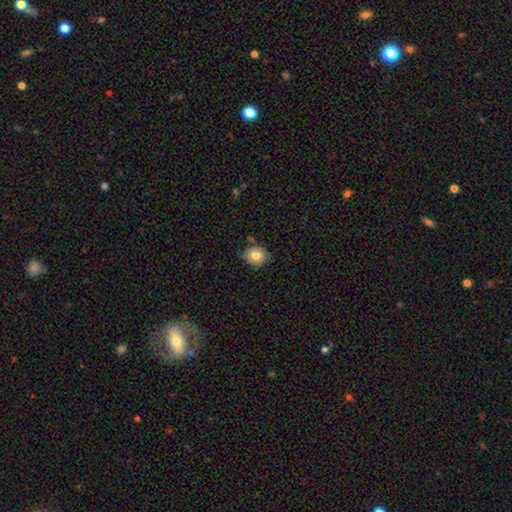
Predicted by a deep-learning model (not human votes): Q: Smooth or featured?
A: smooth (79%); runner-up: featured or disk (11%)
Q: How rounded?
A: round (68%); runner-up: in between (31%)
Q: Merging?
A: none (72%); runner-up: minor disturbance (20%)